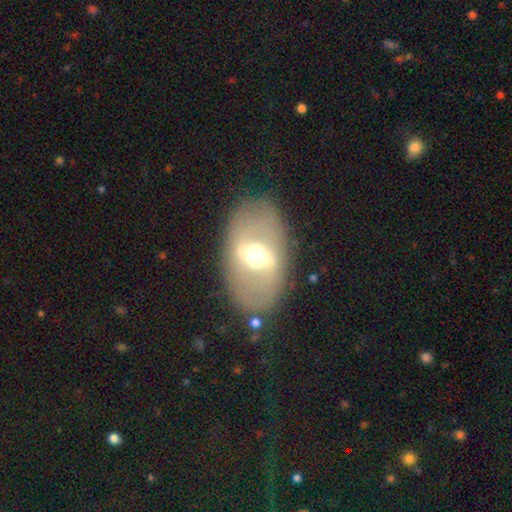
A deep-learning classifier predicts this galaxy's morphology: The model was most divided on "bar": strong: 52%, weak: 34%, no: 14%. More confident: edge-on disk — no (83%); spiral arms — no (82%); merging — none (81%); bulge size — moderate (65%); smooth or featured — featured or disk (63%).